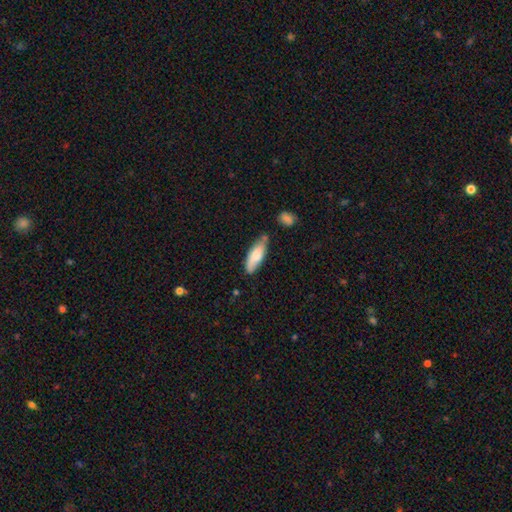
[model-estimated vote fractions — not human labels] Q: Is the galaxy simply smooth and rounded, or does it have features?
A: smooth — 73%.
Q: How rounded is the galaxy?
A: in between — 60%.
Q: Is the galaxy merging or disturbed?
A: none — 67%.